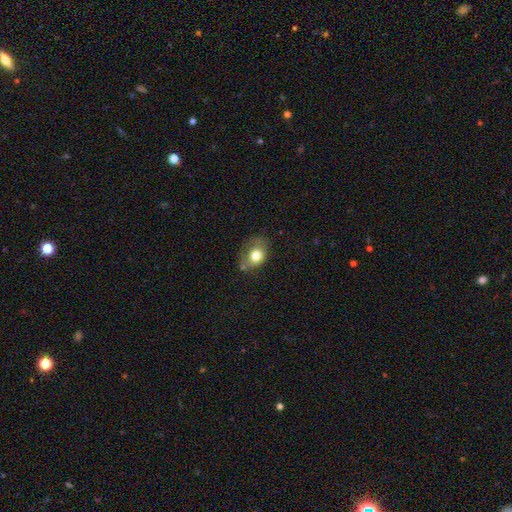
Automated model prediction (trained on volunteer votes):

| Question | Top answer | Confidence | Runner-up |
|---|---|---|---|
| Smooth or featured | smooth | 75% | featured or disk (16%) |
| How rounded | in between | 58% | round (41%) |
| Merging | none | 47% | minor disturbance (32%) |